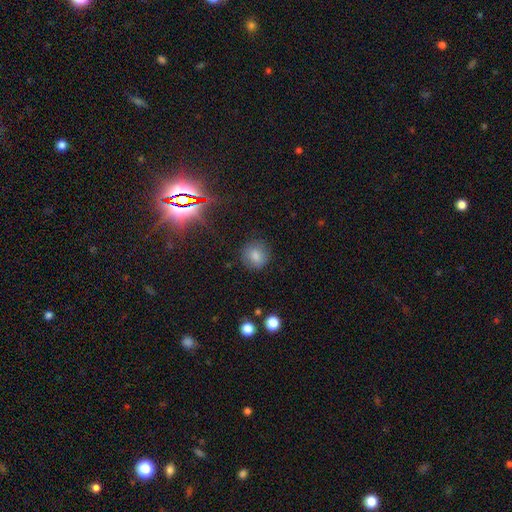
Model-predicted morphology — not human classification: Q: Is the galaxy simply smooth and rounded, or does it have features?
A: smooth — 79%.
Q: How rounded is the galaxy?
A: round — 87%.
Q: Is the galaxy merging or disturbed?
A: none — 85%.